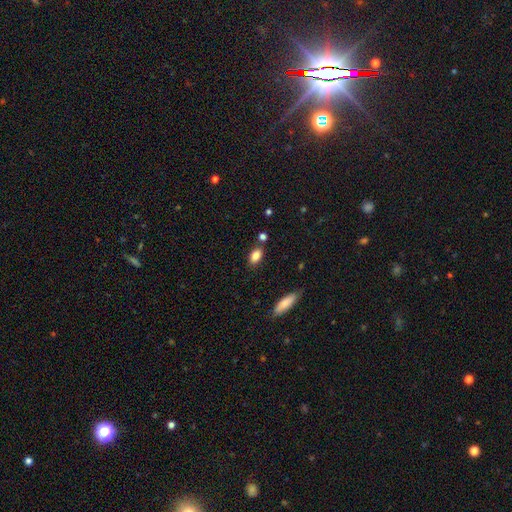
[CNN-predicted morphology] smooth-or-featured: smooth: 84% | star or artifact: 8% | featured or disk: 7%
  how-rounded: in between: 87% | round: 9% | cigar-shaped: 5%
  merging: none: 79% | minor disturbance: 12% | merger: 7% | major disturbance: 3%